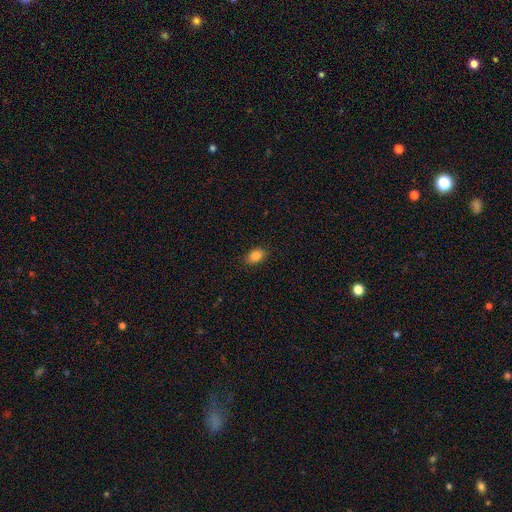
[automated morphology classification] A smooth galaxy with no disk features (86%) that is in between round and cigar-shaped (82%).

Vote fractions:
- Smooth or featured? smooth: 86% / star or artifact: 9% / featured or disk: 5%
- How rounded? in between: 82% / round: 16% / cigar-shaped: 2%
- Merging? none: 86% / minor disturbance: 11% / major disturbance: 2% / merger: 1%